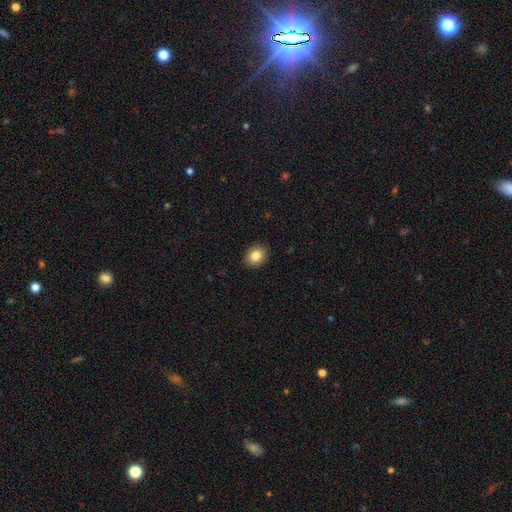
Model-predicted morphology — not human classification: smooth 83%, star or artifact 9%, featured or disk 8%. Down the decision tree: how rounded — round (55%); merging — none (91%).